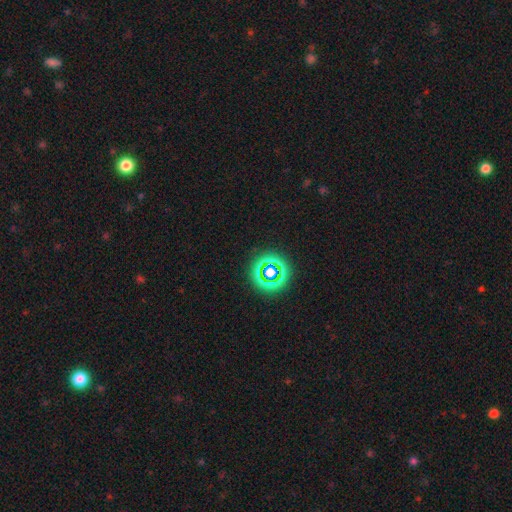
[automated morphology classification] Smooth or featured? smooth (53%)
How rounded? round (94%)
Merging? none (92%)